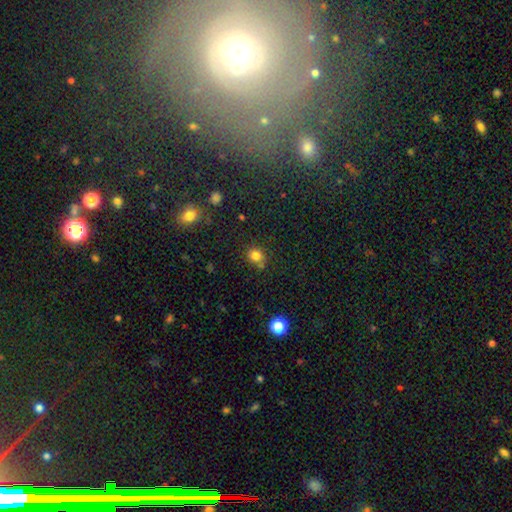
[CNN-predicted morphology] smooth_or_featured: smooth (p=0.80) [alt: star or artifact p=0.14]
how_rounded: round (p=0.80) [alt: in between p=0.19]
merging: none (p=0.70) [alt: minor disturbance p=0.14]